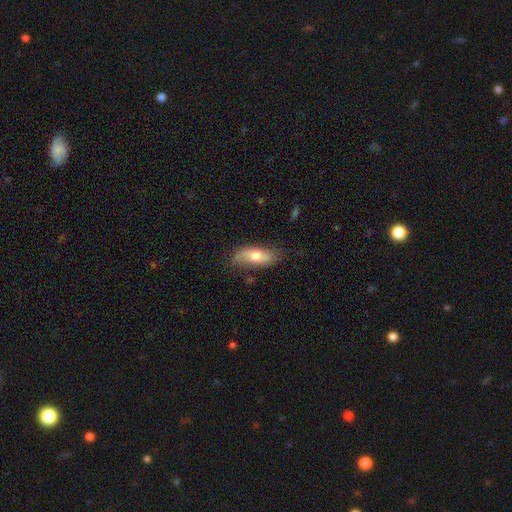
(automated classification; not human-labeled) Smooth or featured?
  - smooth: 63% *
  - featured or disk: 30%
  - star or artifact: 7%
How rounded?
  - in between: 79% *
  - cigar-shaped: 17%
  - round: 3%
Merging?
  - none: 70% *
  - minor disturbance: 23%
  - major disturbance: 5%
  - merger: 2%